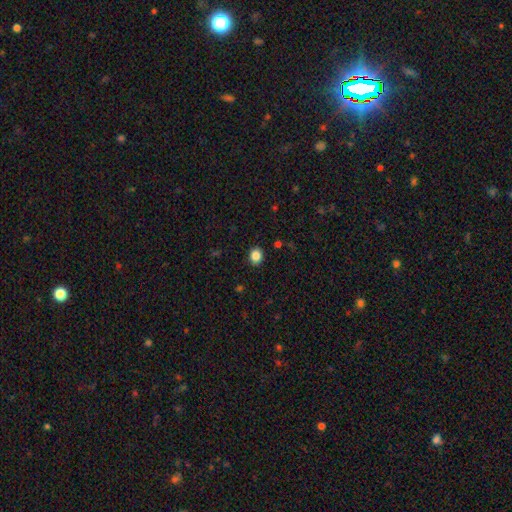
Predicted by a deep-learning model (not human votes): Smooth or featured? smooth (86%)
How rounded? round (68%)
Merging? none (90%)